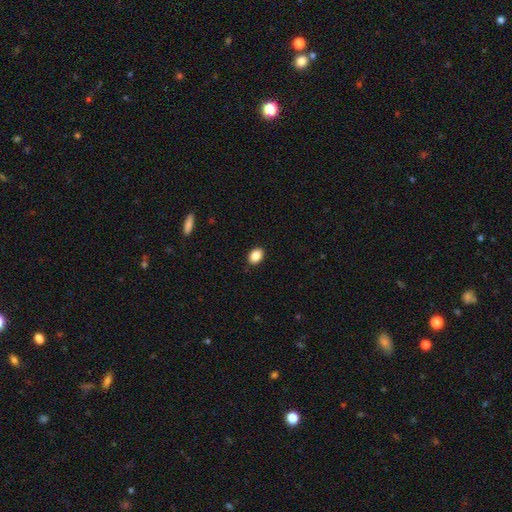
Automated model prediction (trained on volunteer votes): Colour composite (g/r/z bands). It shows a smooth galaxy with no disk features (87%) that is in between round and cigar-shaped (76%). Merging: none (89%).